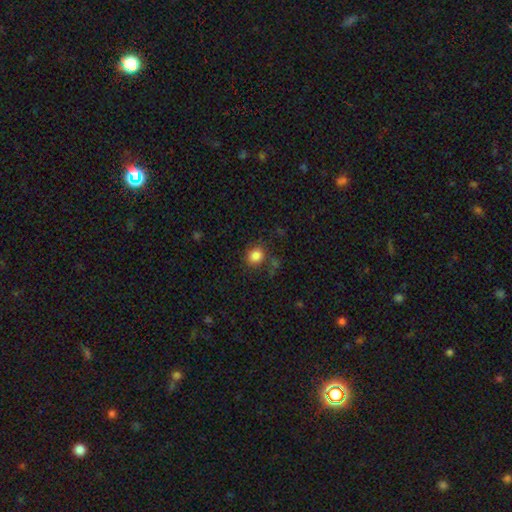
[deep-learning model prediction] This is clearly a smooth galaxy (84%). How rounded: likely round (75%). Merging: likely none (72%).